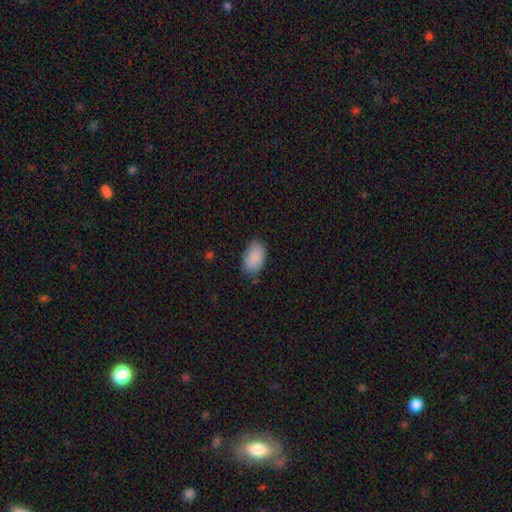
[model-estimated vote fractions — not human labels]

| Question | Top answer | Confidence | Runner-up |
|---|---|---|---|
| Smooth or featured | smooth | 89% | star or artifact (6%) |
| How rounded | in between | 93% | round (5%) |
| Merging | none | 79% | minor disturbance (16%) |